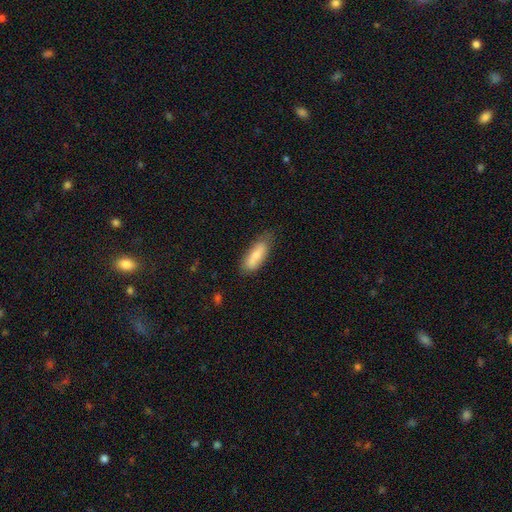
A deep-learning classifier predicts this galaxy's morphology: Smooth or featured: smooth — 71% (featured or disk — 23%)
How rounded: in between — 65% (cigar-shaped — 32%)
Merging: none — 72% (minor disturbance — 22%)